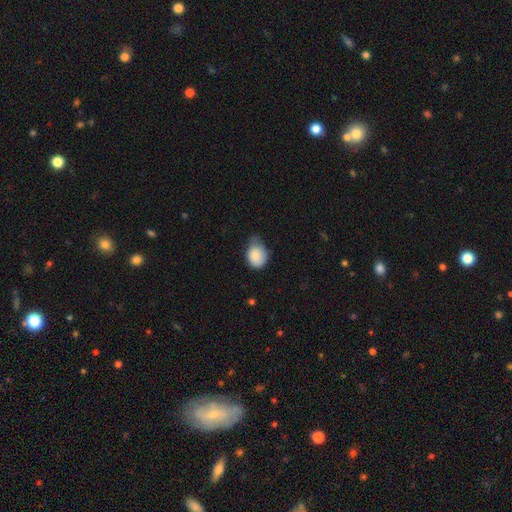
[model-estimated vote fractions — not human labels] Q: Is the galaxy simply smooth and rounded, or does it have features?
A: smooth — 84%.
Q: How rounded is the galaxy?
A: in between — 56%.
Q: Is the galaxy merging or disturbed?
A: minor disturbance — 55%.